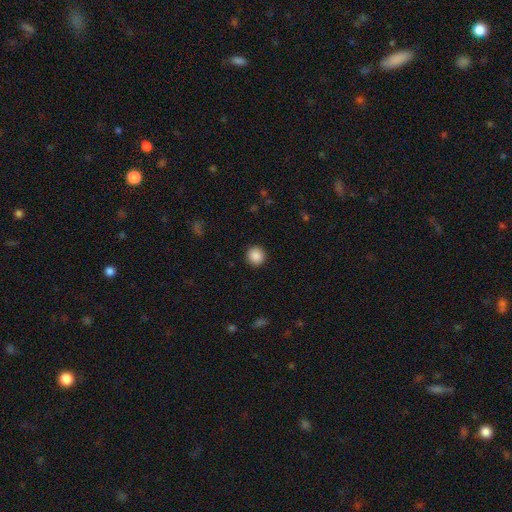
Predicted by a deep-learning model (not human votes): Smooth or featured?
  - smooth: 88% *
  - star or artifact: 9%
  - featured or disk: 3%
How rounded?
  - round: 91% *
  - in between: 8%
  - cigar-shaped: 1%
Merging?
  - none: 92% *
  - minor disturbance: 5%
  - major disturbance: 2%
  - merger: 1%